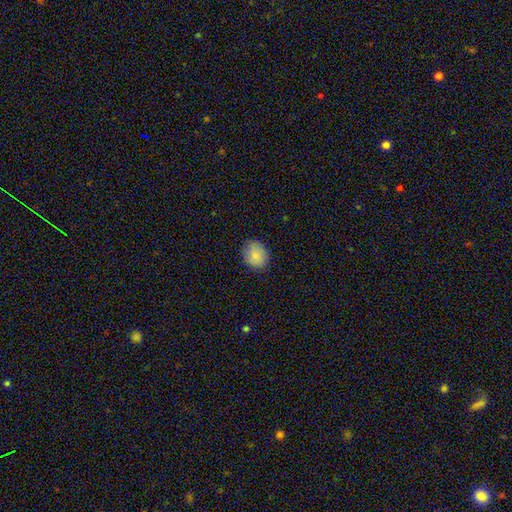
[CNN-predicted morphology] Smooth or featured? Predicted: smooth (p=0.86). How rounded? Predicted: round (p=0.61). Merging? Predicted: none (p=0.84).